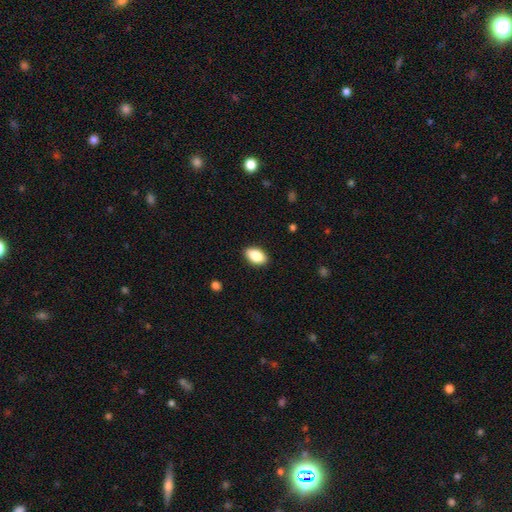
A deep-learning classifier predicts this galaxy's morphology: Smooth or featured: smooth — 86% (featured or disk — 7%)
How rounded: in between — 92% (round — 6%)
Merging: none — 88% (minor disturbance — 9%)